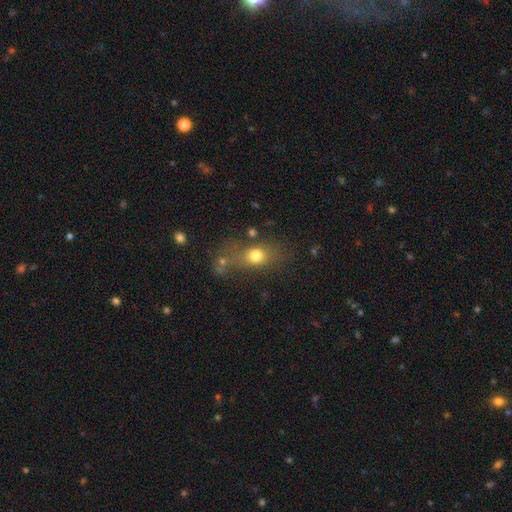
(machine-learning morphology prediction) Smooth or featured? Predicted: smooth (p=0.72). How rounded? Predicted: in between (p=0.54). Merging? Predicted: none (p=0.56).